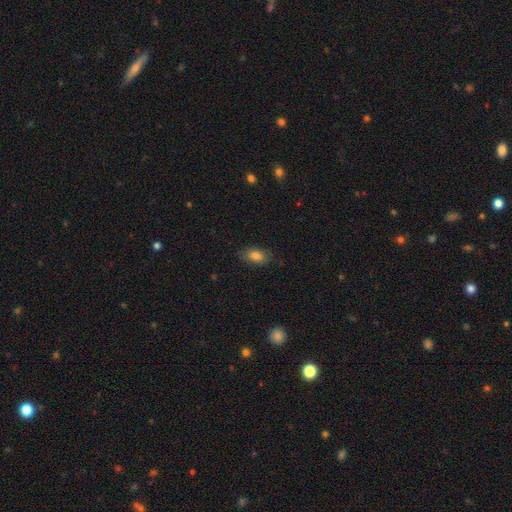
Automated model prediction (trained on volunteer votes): Overall: smooth (80%). How rounded: in between (90%). Merging: none (81%).